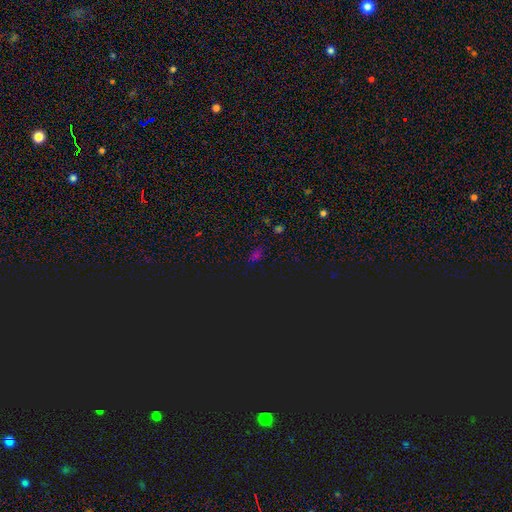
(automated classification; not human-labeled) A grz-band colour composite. It shows a star or artifact, not a galaxy (51%).